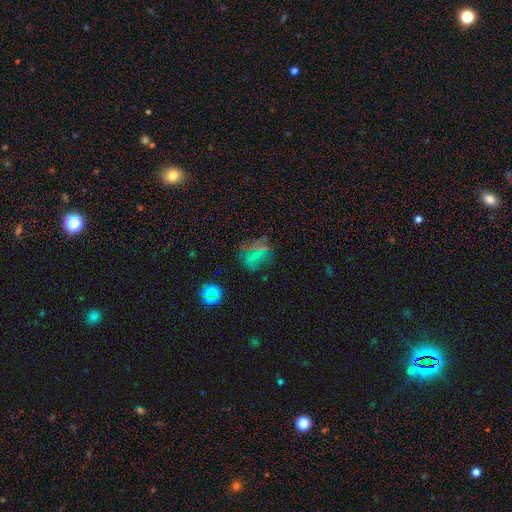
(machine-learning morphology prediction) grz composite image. It shows a smooth galaxy with no disk features (45%). Merging: none (75%).